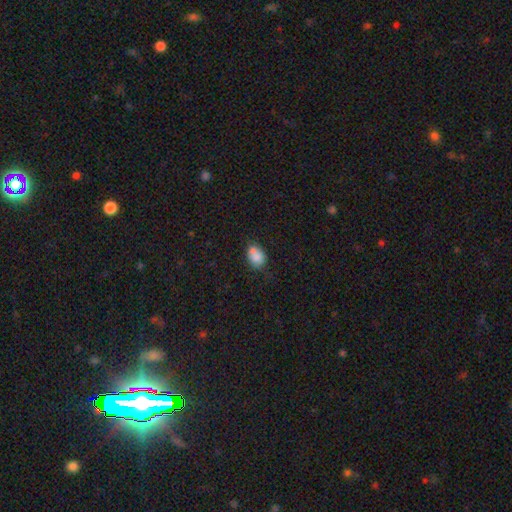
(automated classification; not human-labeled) Overall: smooth (79%). How rounded: in between (68%; round 31%). Merging: none (45%; merger 28%).